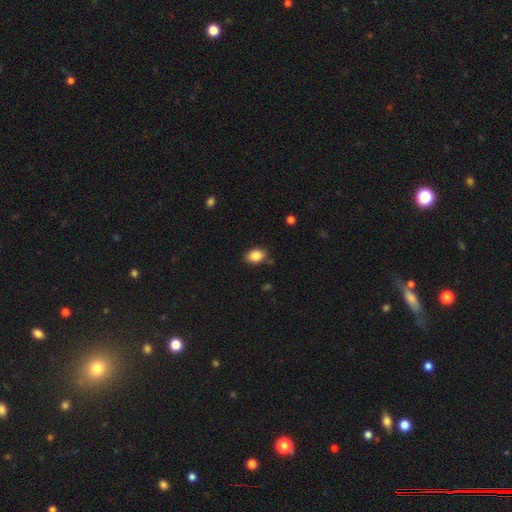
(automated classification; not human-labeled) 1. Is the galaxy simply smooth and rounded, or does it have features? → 87% smooth, 9% star or artifact, 5% featured or disk.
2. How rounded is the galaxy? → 75% in between, 24% round, 1% cigar-shaped.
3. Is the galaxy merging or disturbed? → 83% none, 12% minor disturbance, 3% major disturbance, 2% merger.